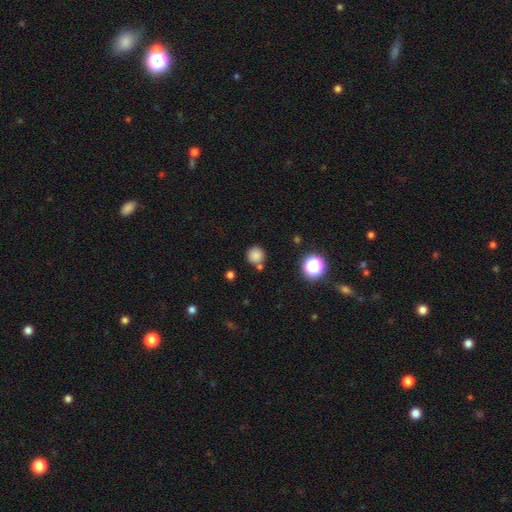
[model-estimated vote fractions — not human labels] Smooth or featured: smooth — 82% (star or artifact — 13%)
How rounded: round — 94% (in between — 5%)
Merging: none — 77% (merger — 11%)